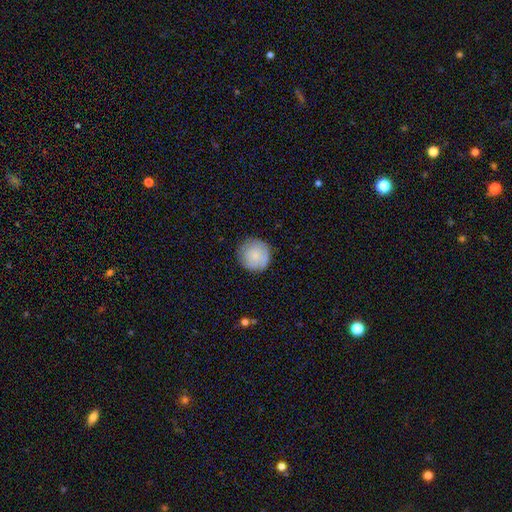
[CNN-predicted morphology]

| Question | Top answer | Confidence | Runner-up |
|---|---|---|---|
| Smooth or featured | smooth | 74% | featured or disk (19%) |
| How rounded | round | 94% | in between (5%) |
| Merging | none | 83% | minor disturbance (13%) |